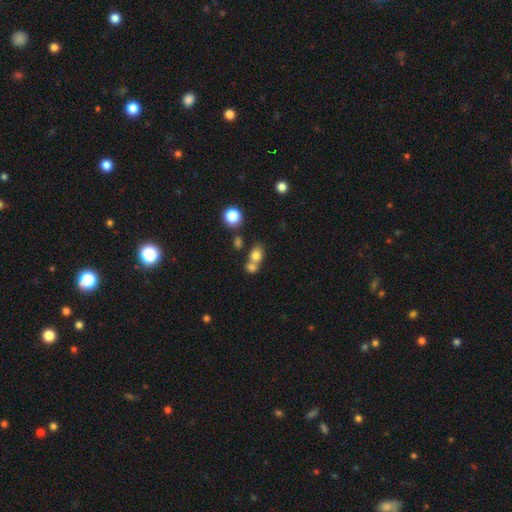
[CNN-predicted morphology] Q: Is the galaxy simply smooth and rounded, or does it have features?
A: smooth — 77%.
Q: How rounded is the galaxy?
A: in between — 51%.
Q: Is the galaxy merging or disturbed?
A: merger — 48%.